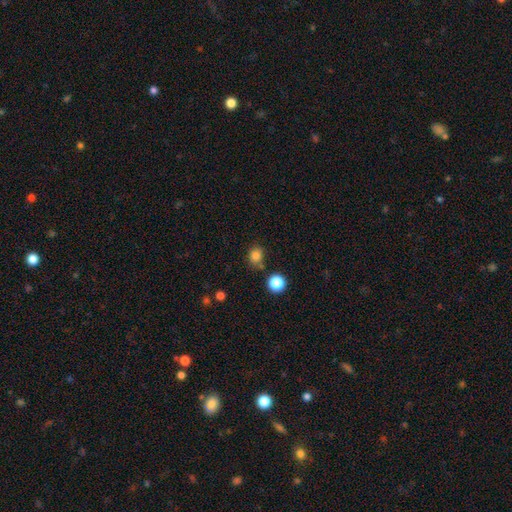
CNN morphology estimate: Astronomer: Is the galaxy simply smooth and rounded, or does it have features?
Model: smooth — 81%.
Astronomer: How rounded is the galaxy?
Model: round — 76%.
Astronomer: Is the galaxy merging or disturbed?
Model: none — 73%.